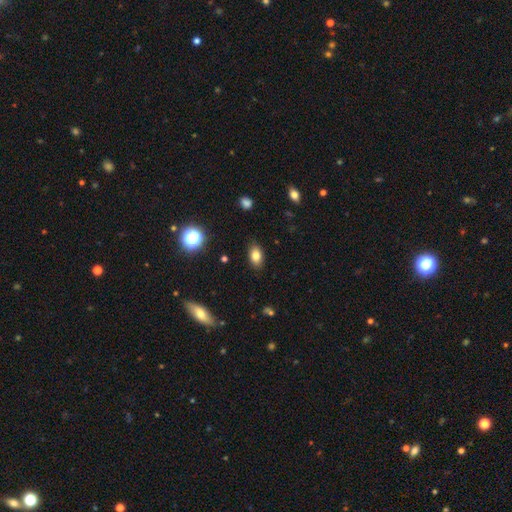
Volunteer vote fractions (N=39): smooth 87%, featured or disk 13%, star or artifact 0%. Down the decision tree: how rounded — in between (85%); merging — none (92%).